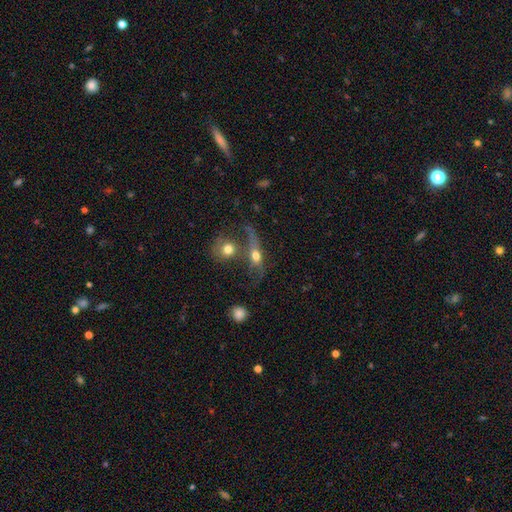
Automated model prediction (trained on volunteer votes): Smooth or featured?
  - featured or disk: 48% *
  - smooth: 40%
  - star or artifact: 11%
Merging?
  - merger: 39% *
  - none: 30%
  - major disturbance: 18%
  - minor disturbance: 14%